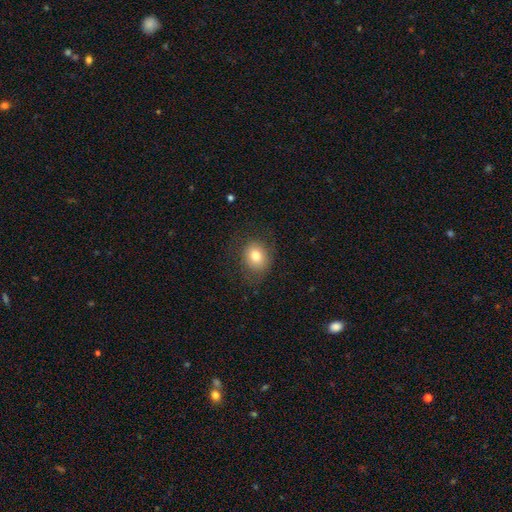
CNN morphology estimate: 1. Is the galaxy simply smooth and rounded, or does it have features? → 78% smooth, 12% featured or disk, 10% star or artifact.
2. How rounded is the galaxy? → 59% round, 40% in between, 1% cigar-shaped.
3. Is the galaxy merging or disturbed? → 76% none, 16% minor disturbance, 7% major disturbance, 1% merger.